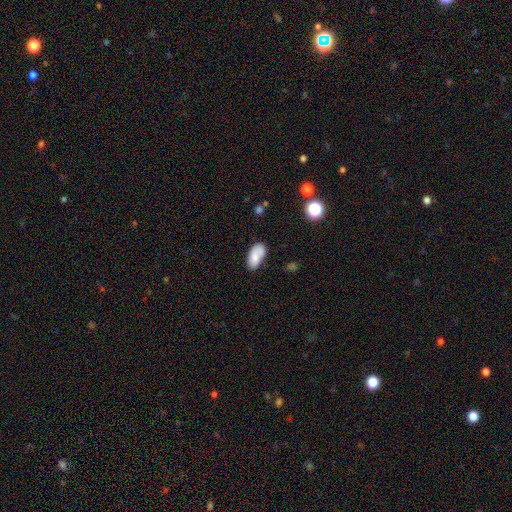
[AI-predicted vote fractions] smooth_or_featured: smooth (p=0.77) [alt: featured or disk p=0.15]
how_rounded: in between (p=0.93) [alt: round p=0.03]
merging: none (p=0.58) [alt: minor disturbance p=0.25]